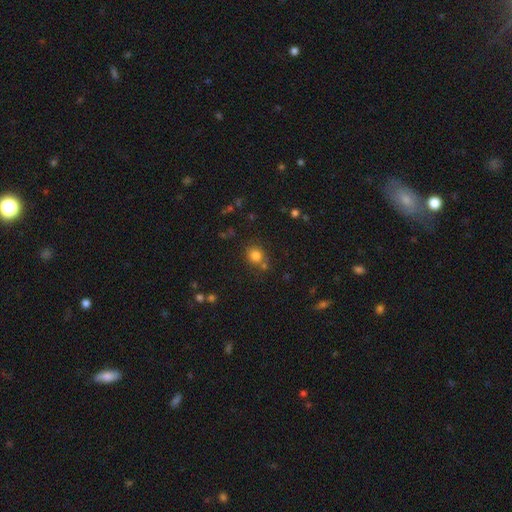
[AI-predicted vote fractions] Smooth or featured? smooth (80%)
How rounded? round (79%)
Merging? none (70%)